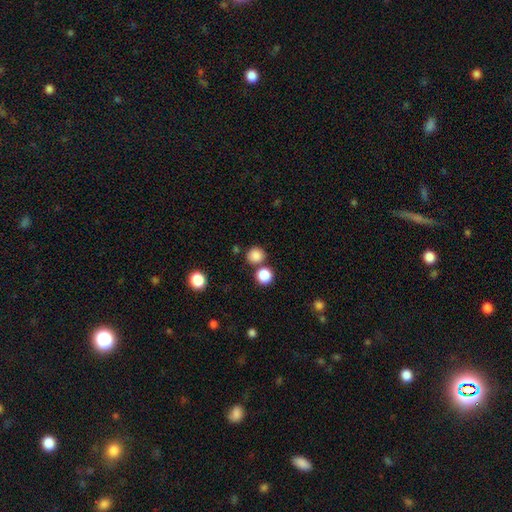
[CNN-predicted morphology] Smooth or featured?
  - smooth: 84% *
  - star or artifact: 12%
  - featured or disk: 4%
How rounded?
  - round: 88% *
  - in between: 11%
  - cigar-shaped: 1%
Merging?
  - none: 73% *
  - merger: 16%
  - minor disturbance: 8%
  - major disturbance: 3%